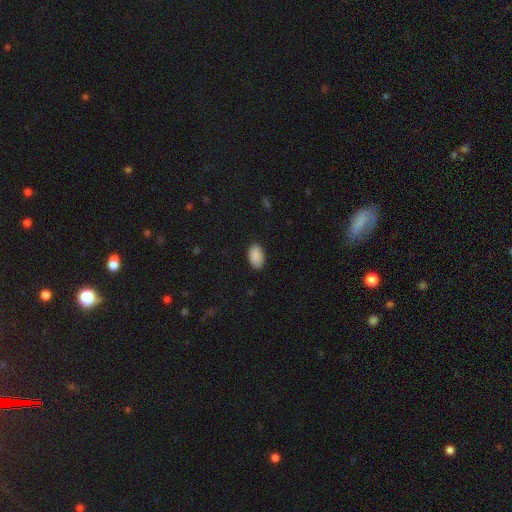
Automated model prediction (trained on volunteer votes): This appears to be a smooth galaxy with no disk features (90%) that is in between round and cigar-shaped (94%). Merging: none (87%).